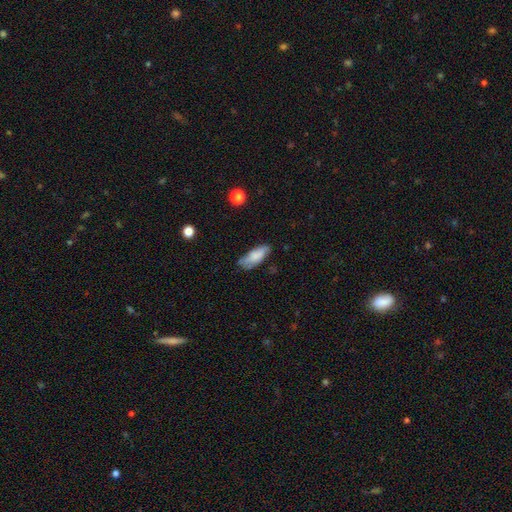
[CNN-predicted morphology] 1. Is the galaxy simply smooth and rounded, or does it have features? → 76% smooth, 17% featured or disk, 7% star or artifact.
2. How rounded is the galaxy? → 74% in between, 24% cigar-shaped, 2% round.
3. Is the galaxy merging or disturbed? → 60% none, 29% minor disturbance, 8% major disturbance, 3% merger.